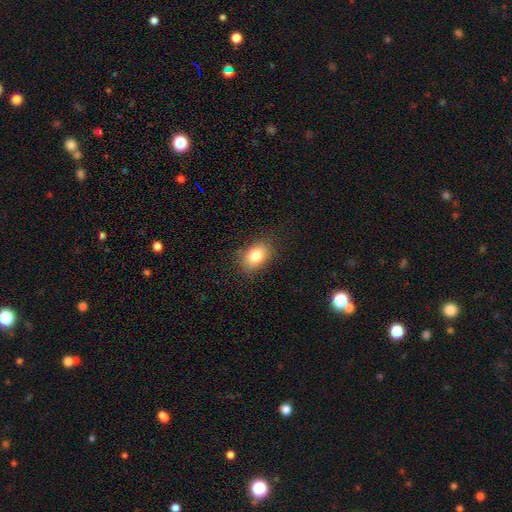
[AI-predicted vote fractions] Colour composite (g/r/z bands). It shows a smooth galaxy with no disk features (82%) that is in between round and cigar-shaped (81%). Merging: none (83%).